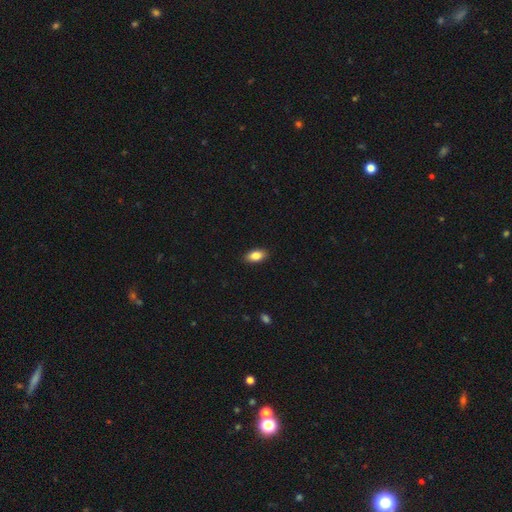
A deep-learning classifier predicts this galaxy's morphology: Smooth or featured? smooth (85%)
How rounded? in between (91%)
Merging? none (89%)